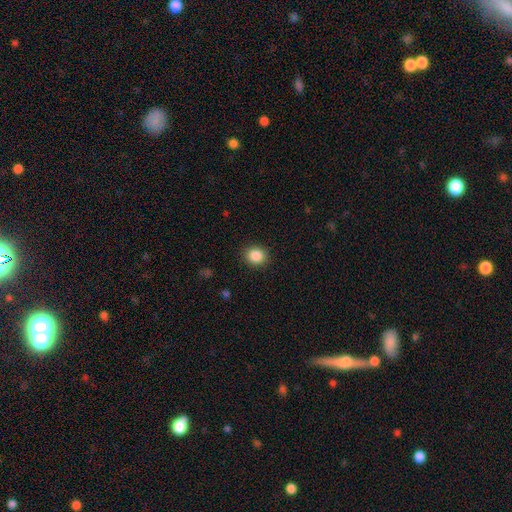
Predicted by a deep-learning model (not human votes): smooth_or_featured: smooth (p=0.87) [alt: star or artifact p=0.10]
how_rounded: round (p=0.77) [alt: in between p=0.22]
merging: none (p=0.90) [alt: minor disturbance p=0.07]